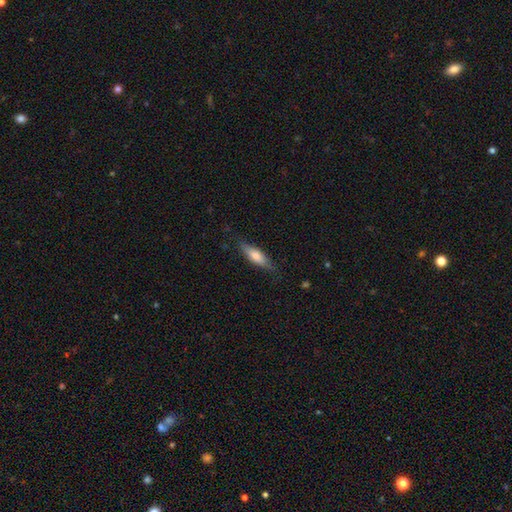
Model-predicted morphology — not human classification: Overall: smooth (69%). How rounded: cigar-shaped (53%; in between 45%). Merging: none (79%).